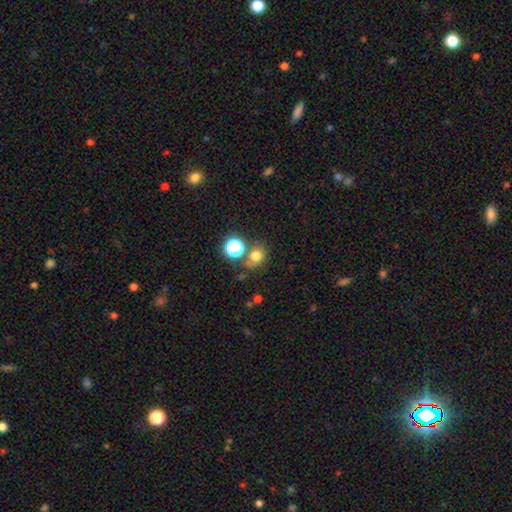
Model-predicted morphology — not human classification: Q: Smooth or featured?
A: smooth (71%); runner-up: star or artifact (19%)
Q: How rounded?
A: round (71%); runner-up: in between (27%)
Q: Merging?
A: none (62%); runner-up: merger (19%)